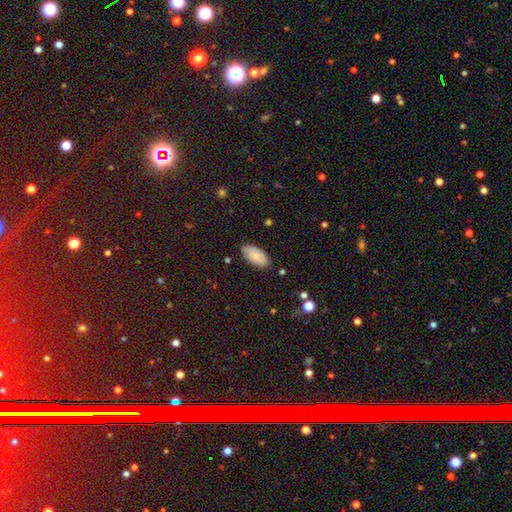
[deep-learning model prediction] Q: Smooth or featured?
A: smooth (86%); runner-up: star or artifact (7%)
Q: How rounded?
A: in between (94%); runner-up: cigar-shaped (4%)
Q: Merging?
A: none (86%); runner-up: minor disturbance (11%)